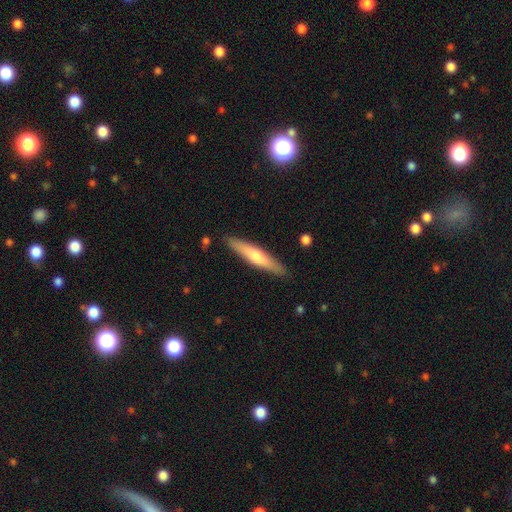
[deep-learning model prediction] The model was most divided on "smooth or featured": smooth: 48%, featured or disk: 46%, star or artifact: 6%. More confident: merging — none (89%).